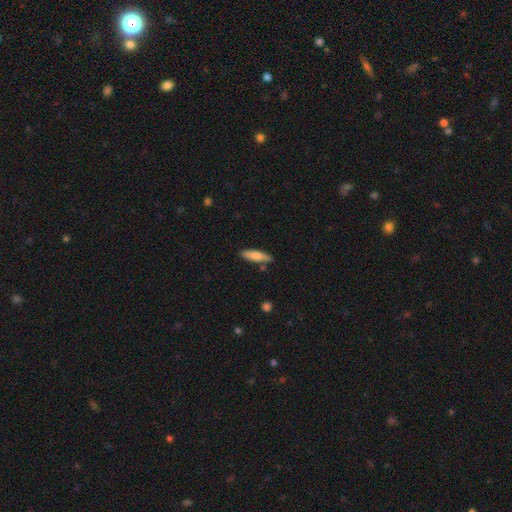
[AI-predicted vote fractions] Smooth or featured: smooth — 77% (featured or disk — 17%)
How rounded: cigar-shaped — 65% (in between — 33%)
Merging: none — 81% (minor disturbance — 13%)